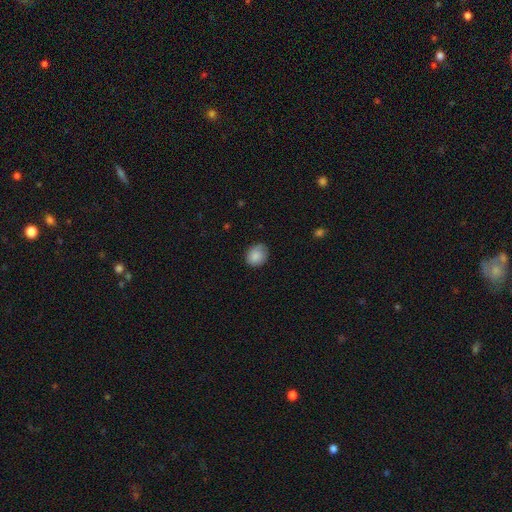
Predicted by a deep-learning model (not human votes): A smooth galaxy with no disk features (86%) that is round (67%).

Vote fractions:
- Smooth or featured? smooth: 86% / star or artifact: 8% / featured or disk: 6%
- How rounded? round: 67% / in between: 32% / cigar-shaped: 1%
- Merging? none: 71% / minor disturbance: 24% / major disturbance: 4% / merger: 1%